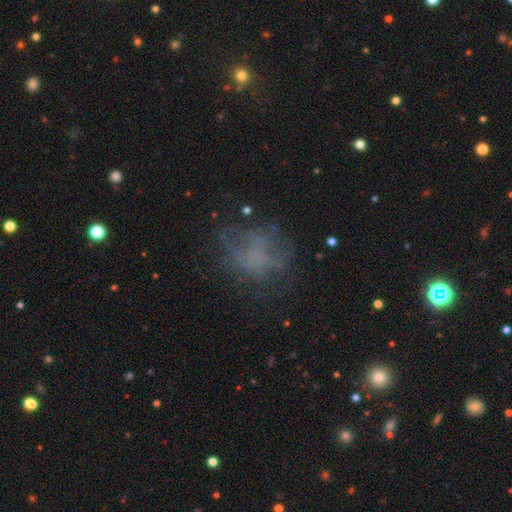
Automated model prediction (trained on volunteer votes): Smooth or featured? smooth (39%)
Merging? none (55%)